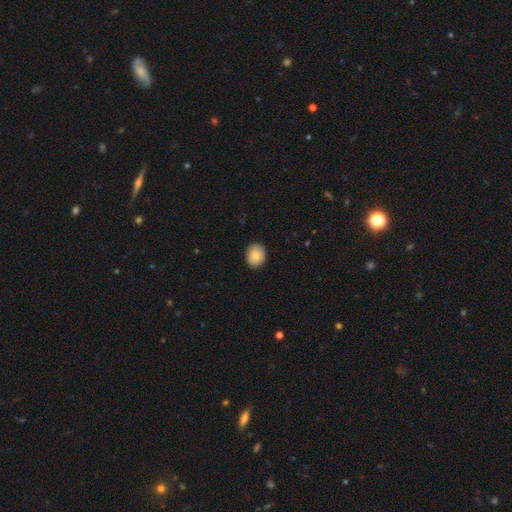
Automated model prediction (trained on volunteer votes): Smooth or featured?
  - smooth: 81% *
  - featured or disk: 11%
  - star or artifact: 7%
How rounded?
  - round: 59% *
  - in between: 40%
  - cigar-shaped: 1%
Merging?
  - none: 88% *
  - minor disturbance: 10%
  - major disturbance: 2%
  - merger: 1%